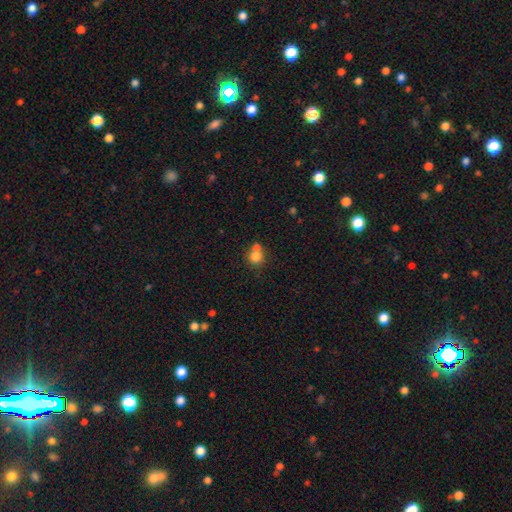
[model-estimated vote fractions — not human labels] Q: Smooth or featured?
A: smooth (80%); runner-up: star or artifact (11%)
Q: How rounded?
A: round (87%); runner-up: in between (12%)
Q: Merging?
A: none (49%); runner-up: merger (40%)